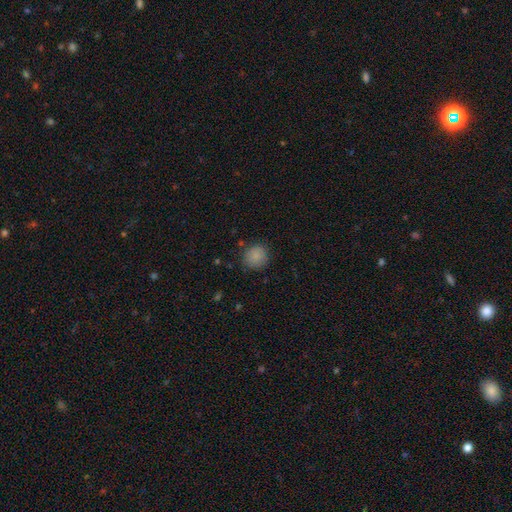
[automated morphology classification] A smooth galaxy with no disk features (86%) that is round (85%). Merging: none (81%).